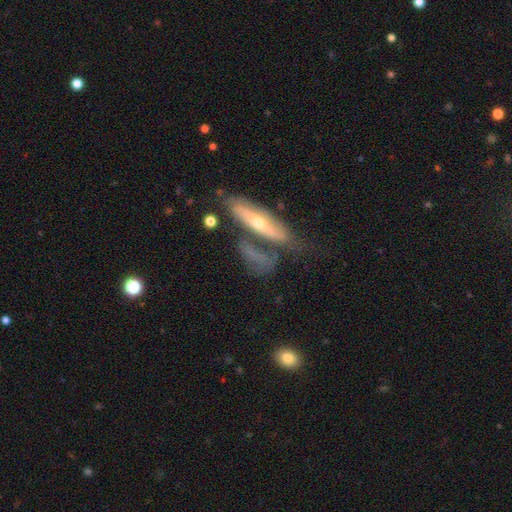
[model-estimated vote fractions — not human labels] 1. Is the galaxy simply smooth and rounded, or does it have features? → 59% featured or disk, 33% smooth, 8% star or artifact.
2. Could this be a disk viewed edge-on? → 53% yes, 47% no.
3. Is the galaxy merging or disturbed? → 44% none, 23% merger, 18% minor disturbance, 15% major disturbance.